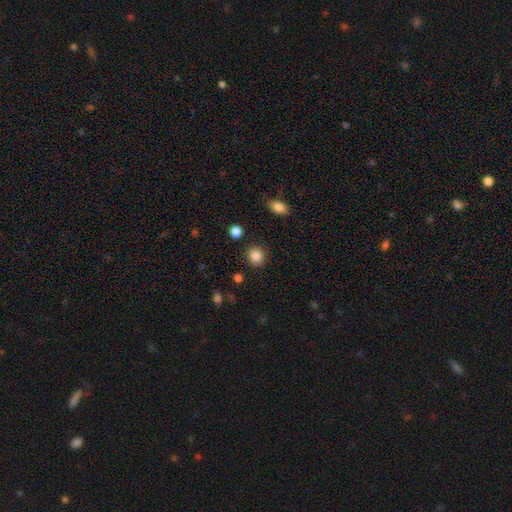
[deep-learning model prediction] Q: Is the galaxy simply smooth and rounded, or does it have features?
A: smooth — 86%.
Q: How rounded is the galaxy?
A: round — 85%.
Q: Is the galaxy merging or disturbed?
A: none — 89%.